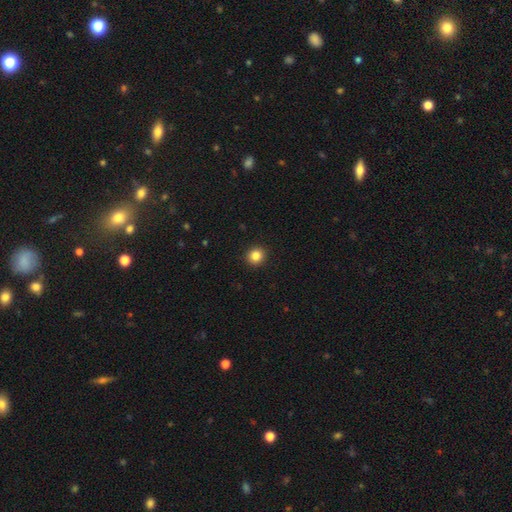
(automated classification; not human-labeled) Smooth or featured: smooth — 84% (star or artifact — 11%)
How rounded: round — 91% (in between — 8%)
Merging: none — 93% (minor disturbance — 5%)